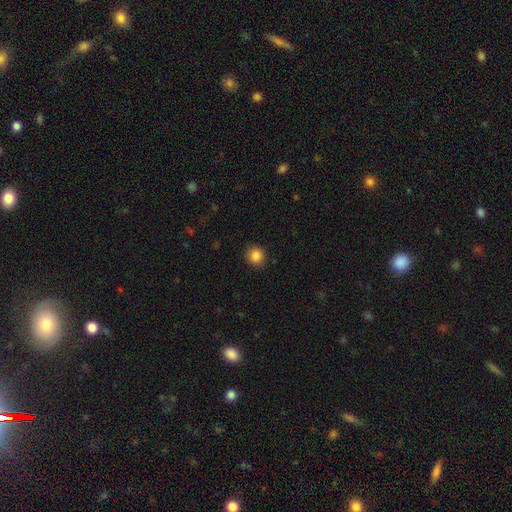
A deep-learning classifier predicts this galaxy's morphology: This is clearly a smooth galaxy (86%). How rounded: clearly round (87%). Merging: clearly none (90%).